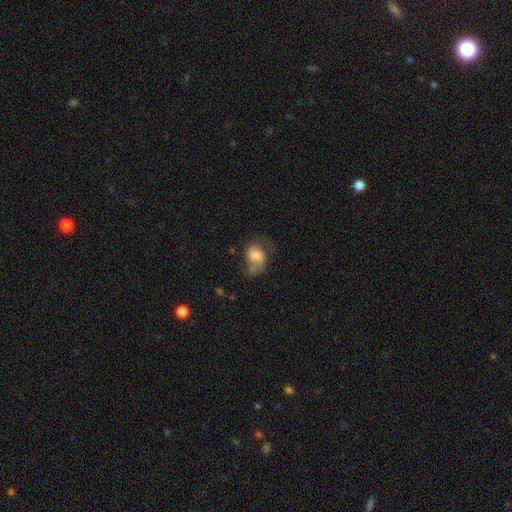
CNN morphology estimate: This is possibly a smooth galaxy (56%). How rounded: likely in between (63%). Merging: marginally none (36%).